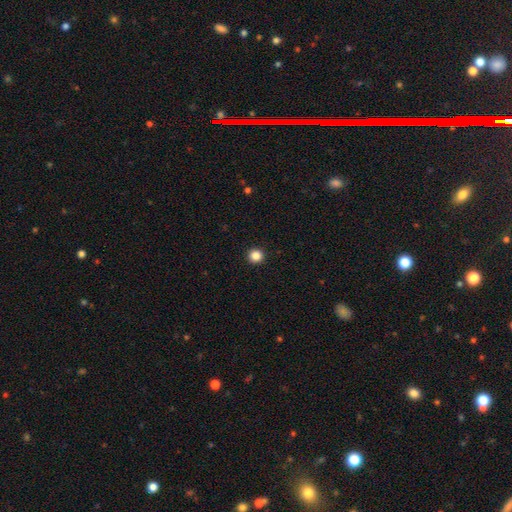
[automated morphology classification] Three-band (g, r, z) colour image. It shows a smooth galaxy with no disk features (86%) that is round (95%). Merging: none (94%).